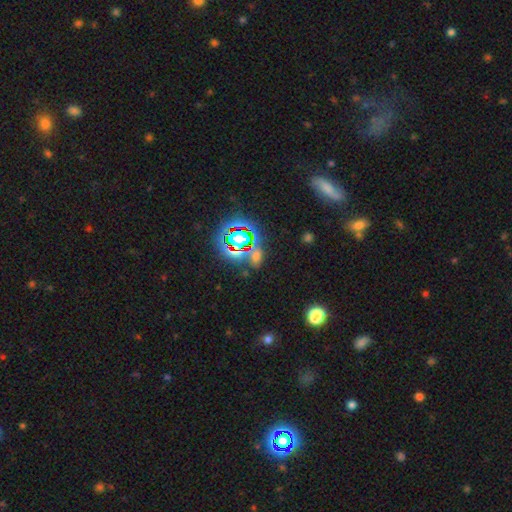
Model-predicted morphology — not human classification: type=star or artifact (53%).